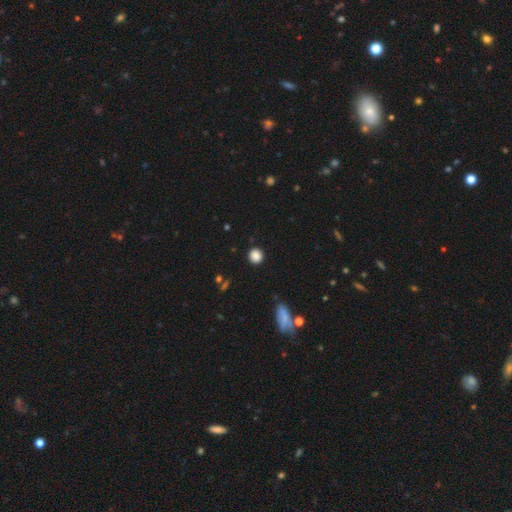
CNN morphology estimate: Q: Smooth or featured?
A: smooth (86%); runner-up: star or artifact (11%)
Q: How rounded?
A: round (90%); runner-up: in between (8%)
Q: Merging?
A: none (89%); runner-up: minor disturbance (7%)